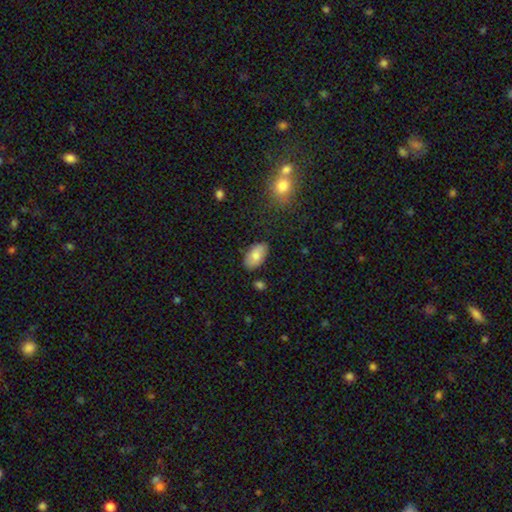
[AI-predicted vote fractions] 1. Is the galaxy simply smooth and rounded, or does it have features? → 79% smooth, 14% featured or disk, 7% star or artifact.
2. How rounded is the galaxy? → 94% in between, 4% round, 2% cigar-shaped.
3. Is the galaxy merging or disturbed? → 82% none, 13% minor disturbance, 3% major disturbance, 2% merger.